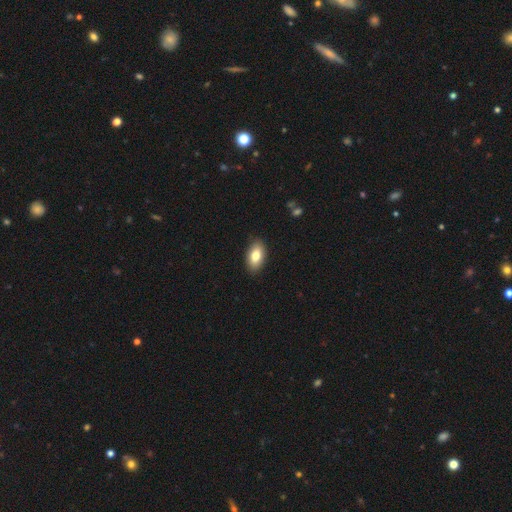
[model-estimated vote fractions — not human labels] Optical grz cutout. It shows a smooth galaxy with no disk features (80%) that is in between round and cigar-shaped (92%). Merging: none (88%).